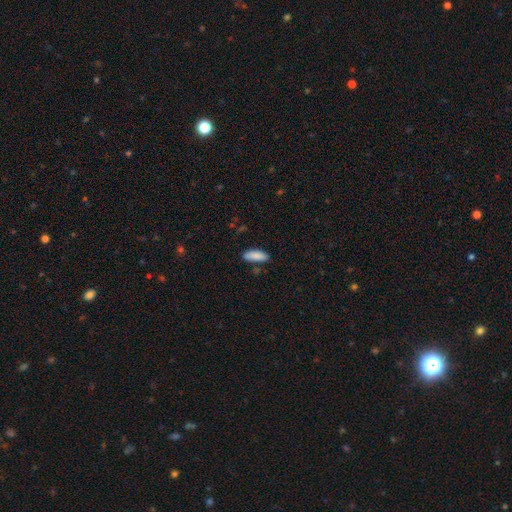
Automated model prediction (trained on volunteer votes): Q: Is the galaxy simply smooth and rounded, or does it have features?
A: smooth — 88%.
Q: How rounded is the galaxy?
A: in between — 73%.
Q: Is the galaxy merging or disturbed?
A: none — 80%.